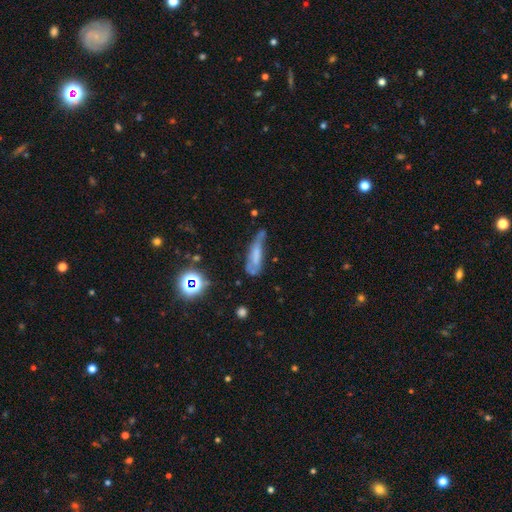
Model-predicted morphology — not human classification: Overall: smooth (49%; featured or disk 36%). Merging: minor disturbance (32%; none 31%).